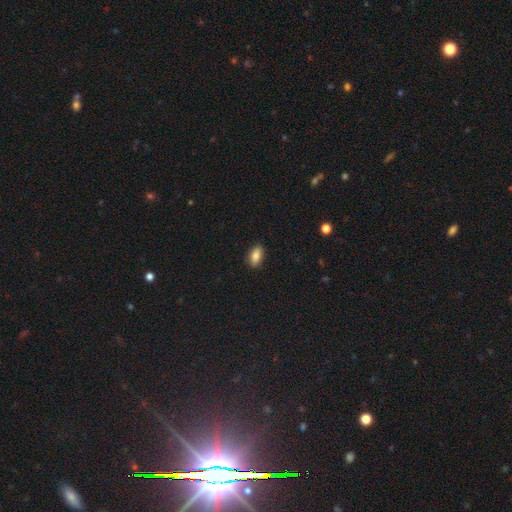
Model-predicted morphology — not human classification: Smooth or featured: smooth — 85% (star or artifact — 8%)
How rounded: in between — 90% (round — 5%)
Merging: none — 88% (minor disturbance — 9%)